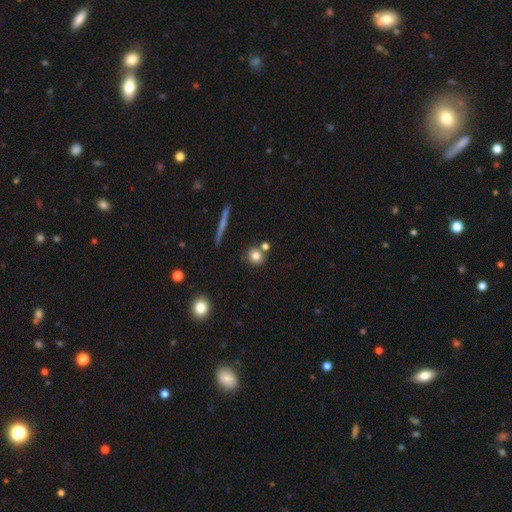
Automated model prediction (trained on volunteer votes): Smooth or featured?
  - smooth: 79% *
  - star or artifact: 11%
  - featured or disk: 11%
How rounded?
  - round: 84% *
  - in between: 14%
  - cigar-shaped: 3%
Merging?
  - none: 72% *
  - merger: 16%
  - minor disturbance: 9%
  - major disturbance: 3%